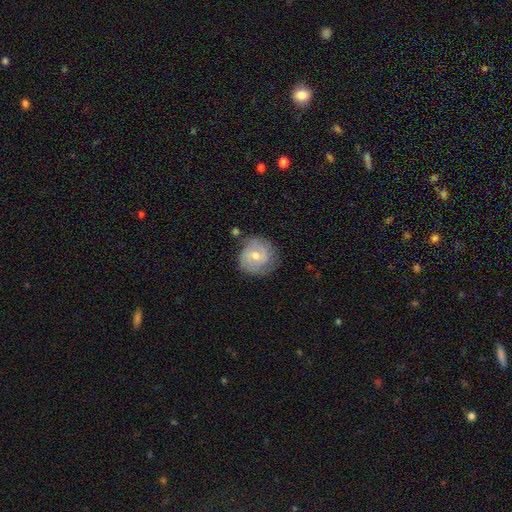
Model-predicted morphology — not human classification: Smooth or featured?
  - featured or disk: 60% *
  - smooth: 33%
  - star or artifact: 7%
Edge-on disk?
  - no: 98% *
  - yes: 2%
Bar?
  - no: 58% *
  - weak: 37%
  - strong: 5%
Spiral arms?
  - yes: 86% *
  - no: 14%
Spiral winding?
  - tight: 56% *
  - medium: 33%
  - loose: 11%
Spiral arm count?
  - 2: 45% *
  - can't tell: 28%
  - 3: 15%
  - 1: 5%
  - 4: 4%
  - more than 4: 3%
Bulge size?
  - moderate: 56% *
  - small: 40%
  - large: 2%
  - none: 1%
  - dominant: 1%
Merging?
  - none: 69% *
  - minor disturbance: 20%
  - major disturbance: 6%
  - merger: 4%